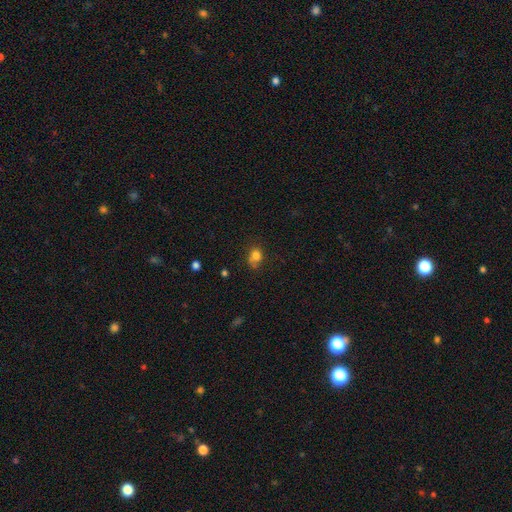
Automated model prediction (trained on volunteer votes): Q: Smooth or featured?
A: smooth (78%); runner-up: star or artifact (12%)
Q: How rounded?
A: round (51%); runner-up: in between (48%)
Q: Merging?
A: none (49%); runner-up: minor disturbance (29%)